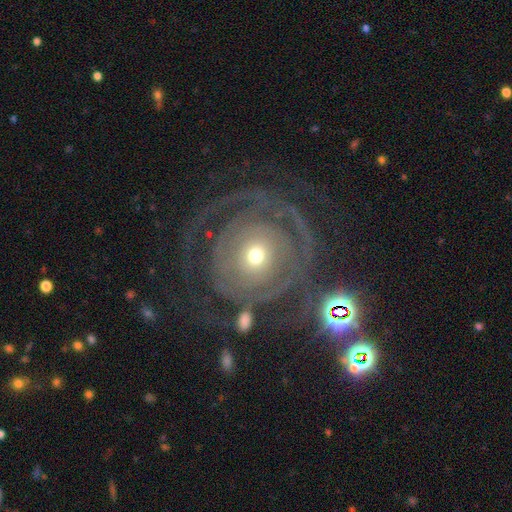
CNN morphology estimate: Smooth or featured: featured or disk — 82% (smooth — 11%)
Edge-on disk: no — 97% (yes — 3%)
Bar: no — 82% (weak — 13%)
Spiral arms: yes — 88% (no — 12%)
Spiral winding: tight — 65% (medium — 22%)
Spiral arm count: 2 — 30% (can't tell — 27%)
Bulge size: small — 54% (moderate — 39%)
Merging: none — 57% (major disturbance — 22%)